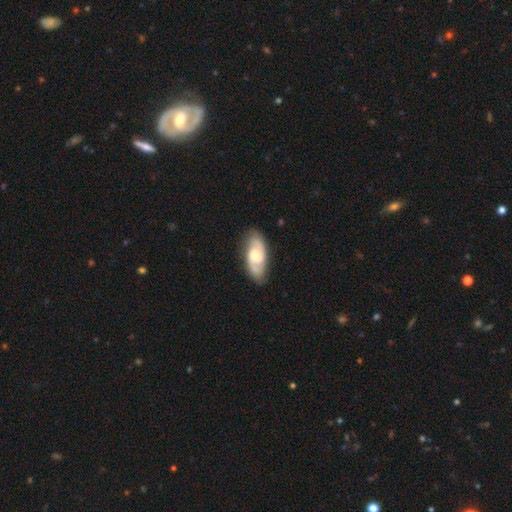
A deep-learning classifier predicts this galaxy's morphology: Smooth or featured? Predicted: featured or disk (p=0.66). Edge-on disk? Predicted: no (p=0.92). Bar? Predicted: no (p=0.58). Spiral arms? Predicted: yes (p=0.86). Spiral winding? Predicted: medium (p=0.46). Spiral arm count? Predicted: 2 (p=0.81). Bulge size? Predicted: moderate (p=0.63). Merging? Predicted: none (p=0.81).